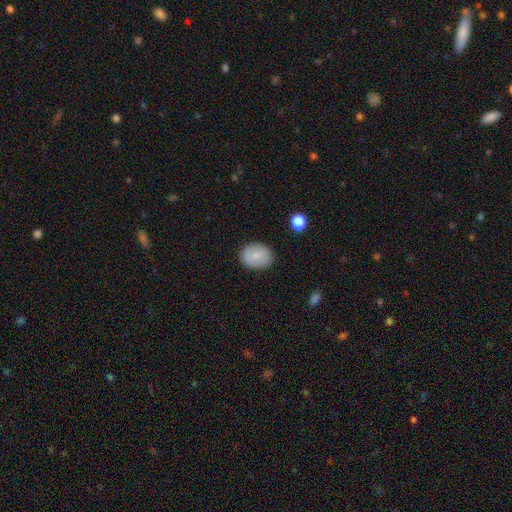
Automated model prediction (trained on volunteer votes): smooth_or_featured: smooth (p=0.79) [alt: featured or disk p=0.13]
how_rounded: in between (p=0.58) [alt: round p=0.41]
merging: none (p=0.86) [alt: minor disturbance p=0.10]